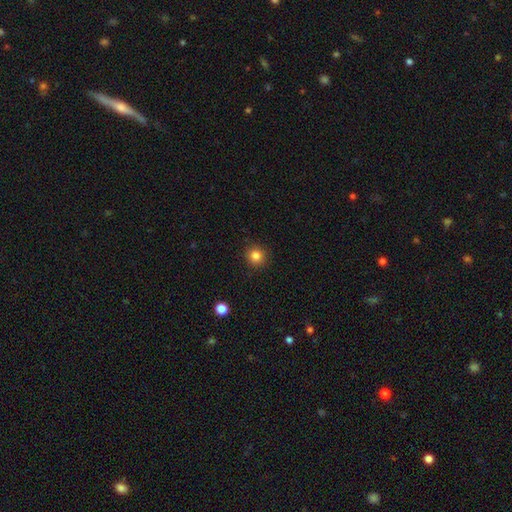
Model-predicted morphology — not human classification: type=smooth (84%); roundness=round (92%); merging=none (91%).